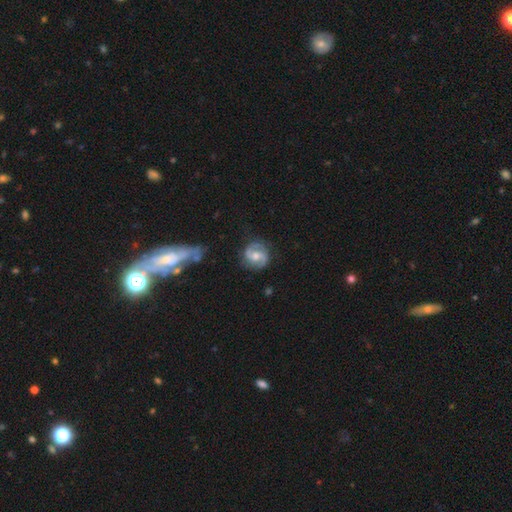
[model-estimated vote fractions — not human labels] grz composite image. It shows a featured or disk galaxy (83%) with a weak bar (45%), 2 (91%) medium (52%) spiral arms (96%) and a moderate central bulge (66%). Merging: none (79%).